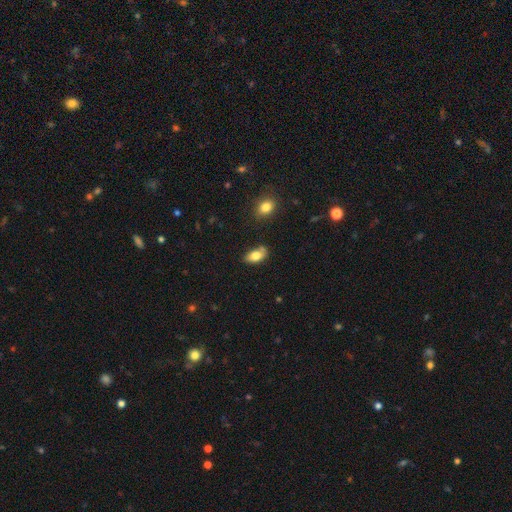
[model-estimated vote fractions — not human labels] The model was most divided on "merging": none: 66%, minor disturbance: 24%, merger: 5%, major disturbance: 5%. More confident: how rounded — in between (91%); smooth or featured — smooth (78%).